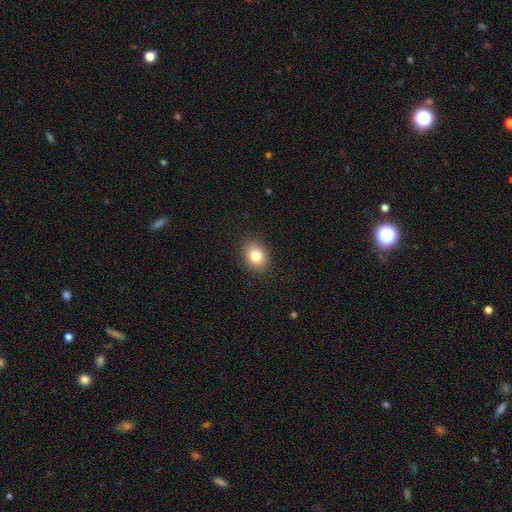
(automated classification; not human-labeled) smooth-or-featured: smooth: 83% | star or artifact: 9% | featured or disk: 7%
  how-rounded: in between: 56% | round: 44% | cigar-shaped: 1%
  merging: none: 89% | minor disturbance: 8% | major disturbance: 2% | merger: 1%